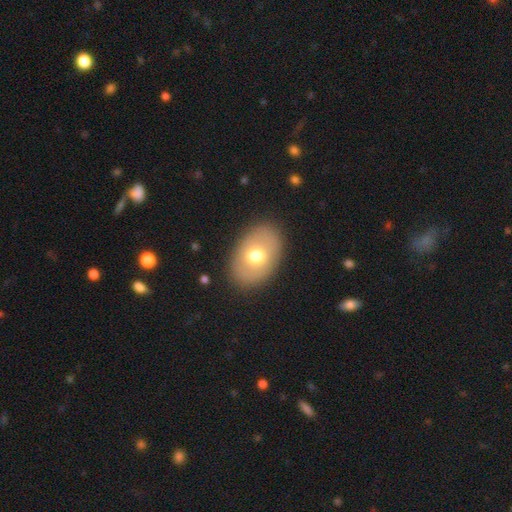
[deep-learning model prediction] smooth_or_featured: smooth (p=0.65) [alt: featured or disk p=0.27]
how_rounded: in between (p=0.81) [alt: round p=0.18]
merging: none (p=0.86) [alt: minor disturbance p=0.09]